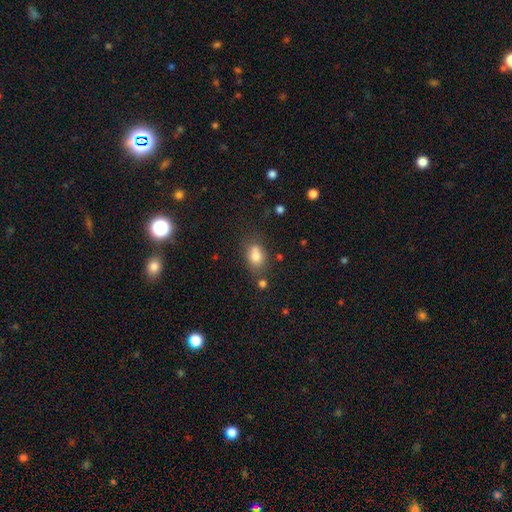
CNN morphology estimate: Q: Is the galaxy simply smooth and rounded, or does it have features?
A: smooth — 78%.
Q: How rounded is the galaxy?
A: in between — 70%.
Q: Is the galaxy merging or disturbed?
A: none — 54%.